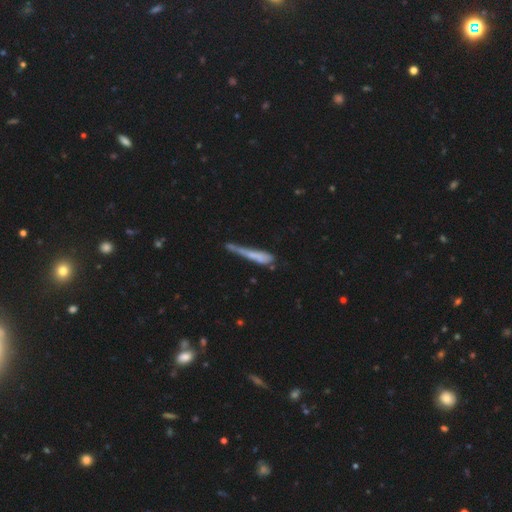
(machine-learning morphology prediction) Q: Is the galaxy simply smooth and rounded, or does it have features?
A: smooth — 56%.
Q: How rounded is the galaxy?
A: cigar-shaped — 91%.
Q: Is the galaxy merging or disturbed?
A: none — 35%.